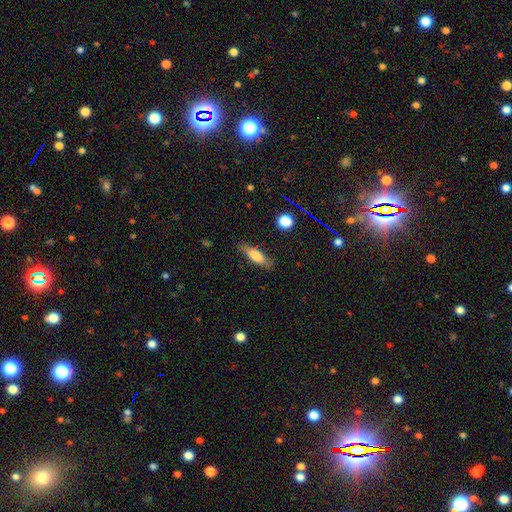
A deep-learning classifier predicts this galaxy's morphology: This appears to be a smooth galaxy with no disk features (66%) that is in between round and cigar-shaped (49%). Merging: none (81%).